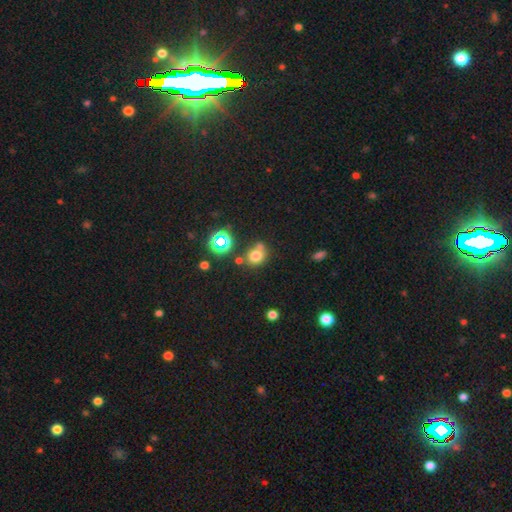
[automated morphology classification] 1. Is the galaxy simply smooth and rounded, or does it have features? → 69% smooth, 20% star or artifact, 11% featured or disk.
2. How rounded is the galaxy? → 66% round, 32% in between, 1% cigar-shaped.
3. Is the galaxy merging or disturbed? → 52% none, 25% merger, 17% minor disturbance, 7% major disturbance.